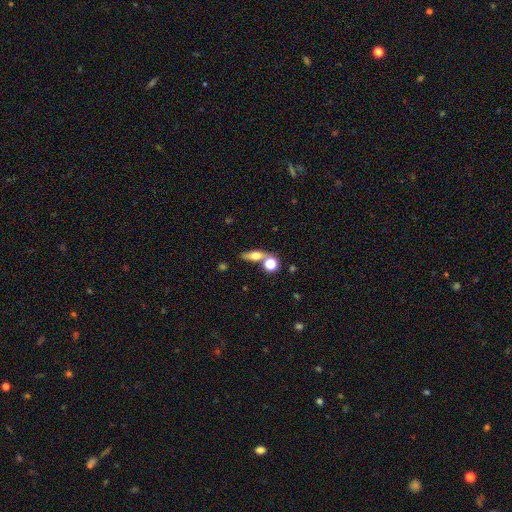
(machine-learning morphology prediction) This appears to be a smooth galaxy with no disk features (59%) that is in between round and cigar-shaped (50%). Merging: none (60%).